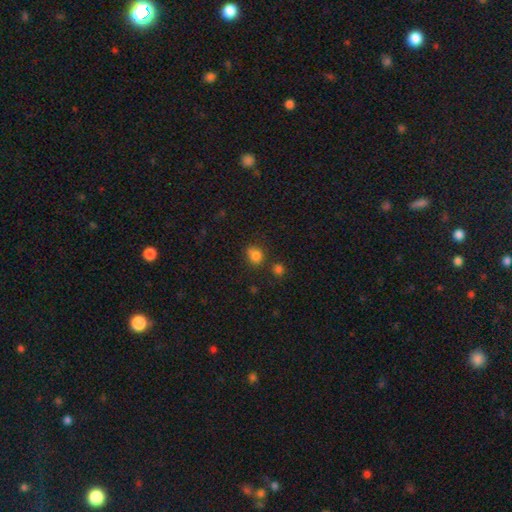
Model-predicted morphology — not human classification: Overall: smooth (81%). How rounded: round (66%; in between 33%). Merging: none (65%).